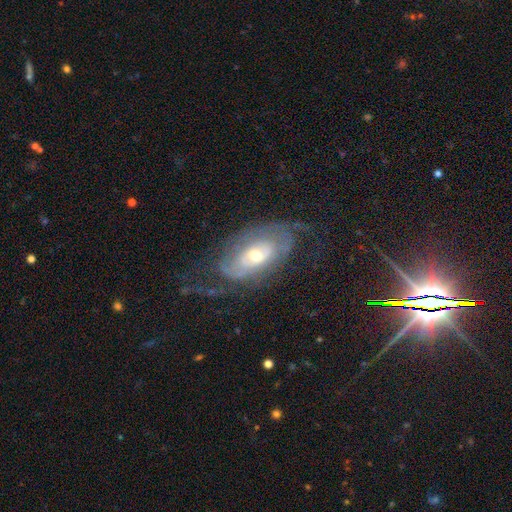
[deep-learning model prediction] Morphology: type=featured or disk (78%); edge-on=no (93%); bar=no (69%); spiral arms=yes (82%); winding=tight (50%); arm count=2 (41%); bulge=moderate (53%); merging=none (59%).